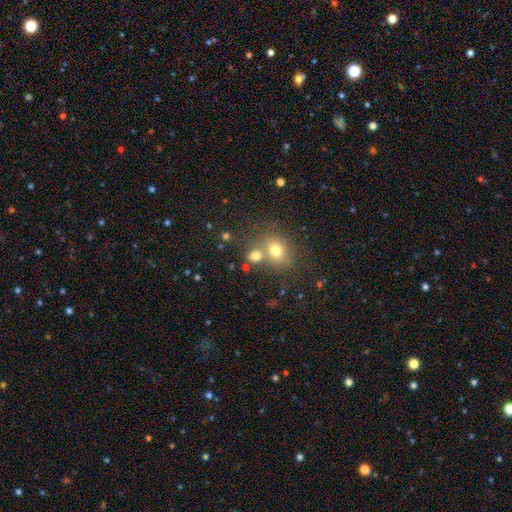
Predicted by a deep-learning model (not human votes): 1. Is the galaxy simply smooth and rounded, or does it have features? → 74% smooth, 15% star or artifact, 11% featured or disk.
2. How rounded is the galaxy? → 63% round, 36% in between, 1% cigar-shaped.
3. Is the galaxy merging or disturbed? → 47% none, 40% merger, 9% minor disturbance, 4% major disturbance.